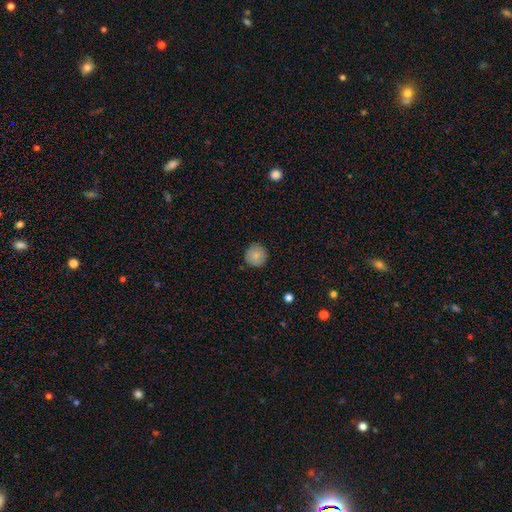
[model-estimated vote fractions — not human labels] Smooth or featured? Predicted: smooth (p=0.82). How rounded? Predicted: round (p=0.94). Merging? Predicted: none (p=0.88).